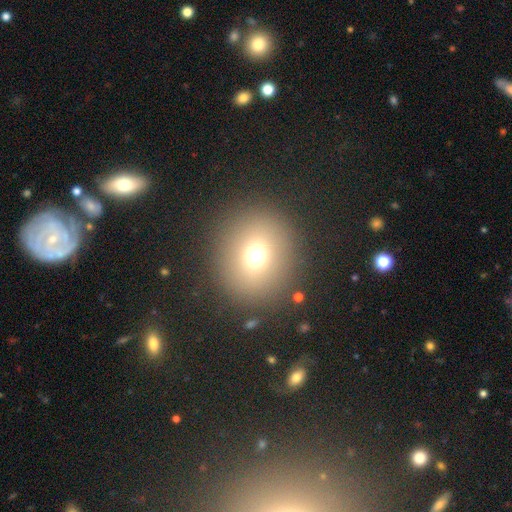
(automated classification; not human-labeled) Smooth or featured? smooth (69%)
How rounded? round (81%)
Merging? none (87%)